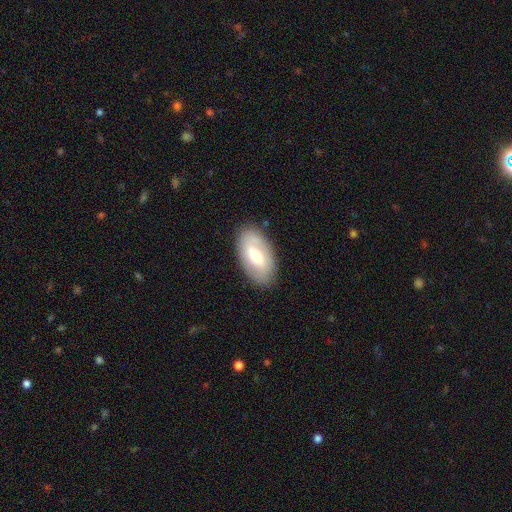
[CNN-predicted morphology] Smooth or featured: smooth — 55% (featured or disk — 38%)
How rounded: in between — 94% (round — 4%)
Merging: none — 83% (minor disturbance — 12%)